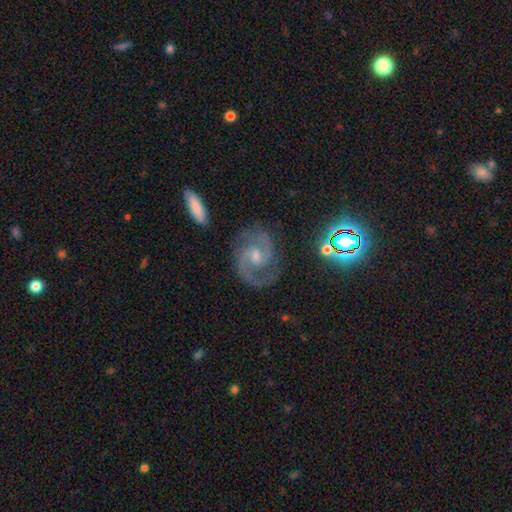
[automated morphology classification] A featured or disk galaxy (90%) with a weak bar (50%), 2 (92%) medium (62%) spiral arms (98%) and a small central bulge (48%). Merging: none (79%).